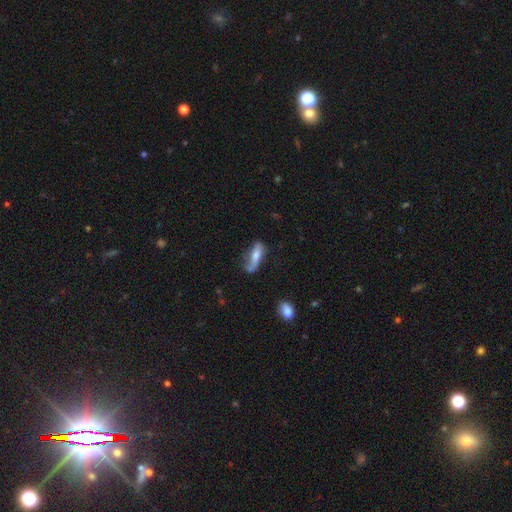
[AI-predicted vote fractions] smooth_or_featured: smooth (p=0.69) [alt: featured or disk p=0.24]
how_rounded: in between (p=0.49) [tied with: cigar-shaped p=0.49]
merging: none (p=0.48) [alt: minor disturbance p=0.29]